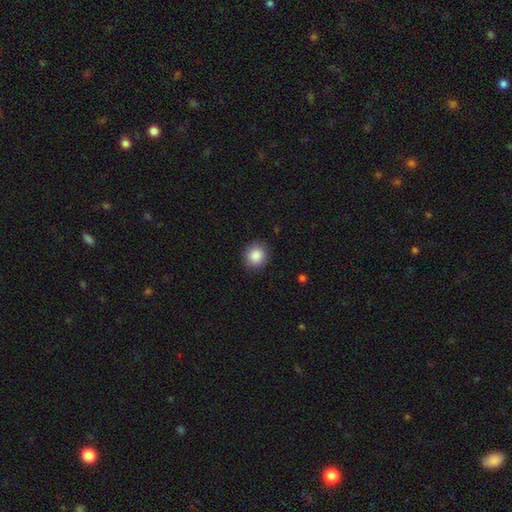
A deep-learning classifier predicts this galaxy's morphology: smooth_or_featured: smooth (p=0.87) [alt: star or artifact p=0.09]
how_rounded: round (p=0.86) [alt: in between p=0.13]
merging: none (p=0.88) [alt: minor disturbance p=0.09]